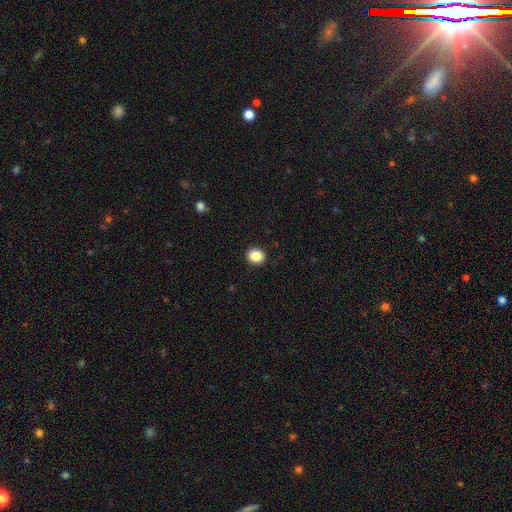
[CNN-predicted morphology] This appears to be a smooth galaxy with no disk features (86%) that is round (75%). Merging: none (92%).